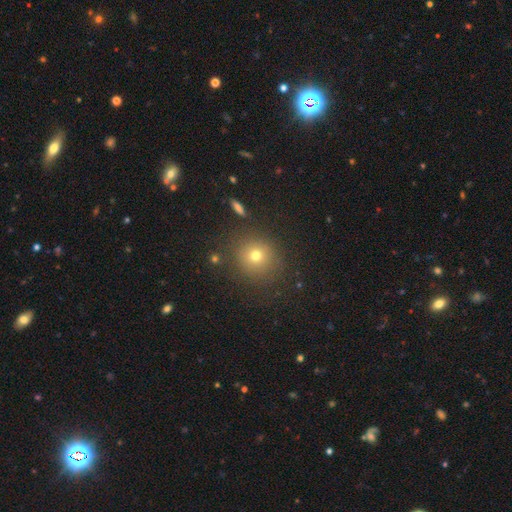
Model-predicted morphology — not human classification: The model was most divided on "smooth or featured": smooth: 70%, star or artifact: 18%, featured or disk: 11%. More confident: how rounded — round (90%); merging — none (85%).